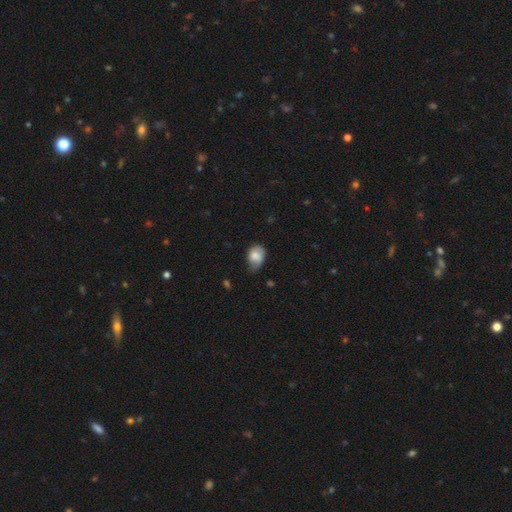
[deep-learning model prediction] smooth 73%, featured or disk 20%, star or artifact 7%. Down the decision tree: how rounded — in between (75%); merging — minor disturbance (45%).